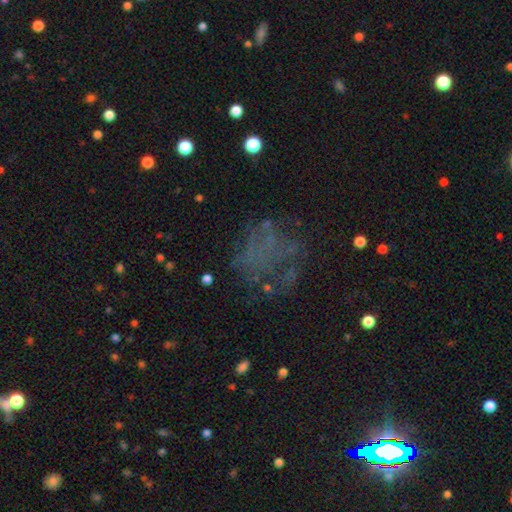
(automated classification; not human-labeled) This appears to be a star or artifact, not a galaxy (43%).